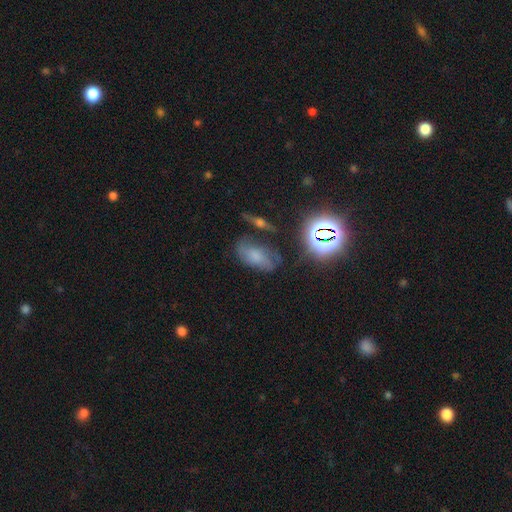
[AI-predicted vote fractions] smooth-or-featured: smooth: 47% | featured or disk: 30% | star or artifact: 23%
  merging: none: 54% | minor disturbance: 26% | major disturbance: 14% | merger: 7%